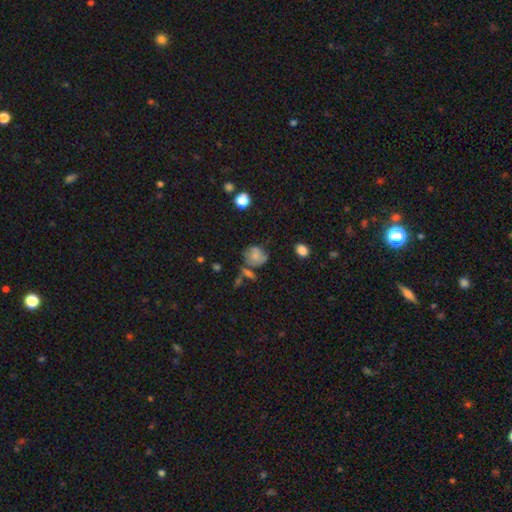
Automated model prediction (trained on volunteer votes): smooth_or_featured: smooth (p=0.62) [alt: featured or disk p=0.26]
how_rounded: round (p=0.72) [alt: in between p=0.27]
merging: none (p=0.48) [alt: minor disturbance p=0.24]